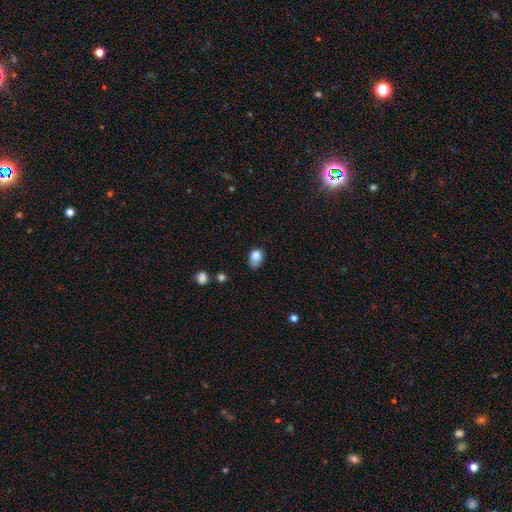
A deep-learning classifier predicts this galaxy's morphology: Smooth or featured? Predicted: smooth (p=0.81). How rounded? Predicted: in between (p=0.66). Merging? Predicted: none (p=0.45).